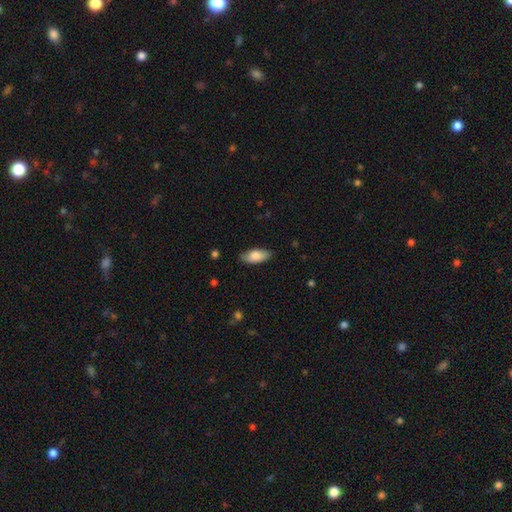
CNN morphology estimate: smooth_or_featured: smooth (p=0.80) [alt: featured or disk p=0.14]
how_rounded: in between (p=0.86) [alt: cigar-shaped p=0.11]
merging: none (p=0.82) [alt: minor disturbance p=0.14]